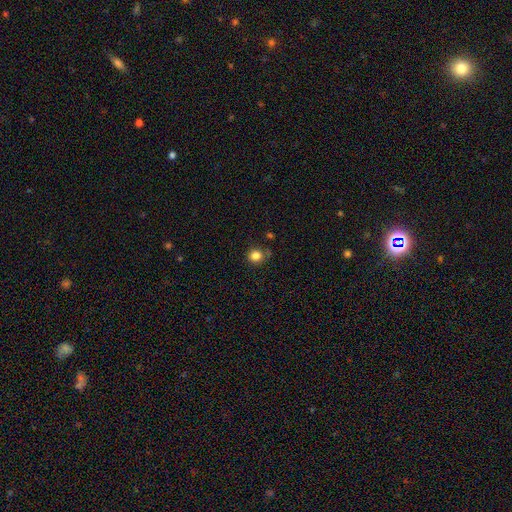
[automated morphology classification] The model was most divided on "merging": none: 75%, minor disturbance: 16%, major disturbance: 5%, merger: 4%. More confident: how rounded — round (84%); smooth or featured — smooth (83%).